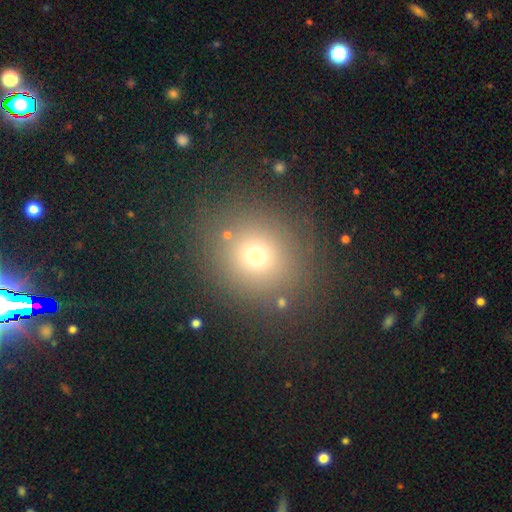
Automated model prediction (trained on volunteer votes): The model was most divided on "smooth or featured": smooth: 67%, star or artifact: 23%, featured or disk: 10%. More confident: merging — none (84%); how rounded — round (82%).